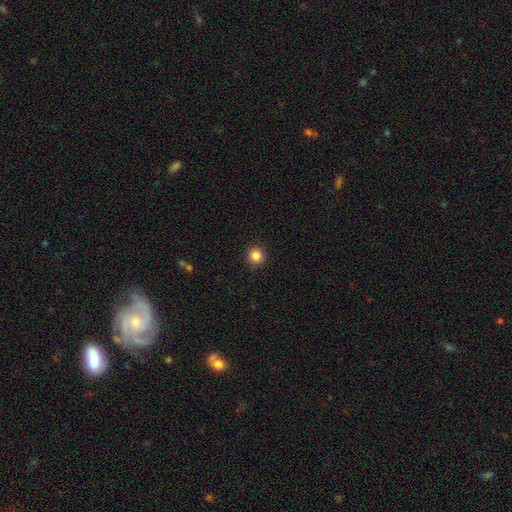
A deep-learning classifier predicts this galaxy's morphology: Smooth or featured? Predicted: smooth (p=0.85). How rounded? Predicted: round (p=0.94). Merging? Predicted: none (p=0.93).